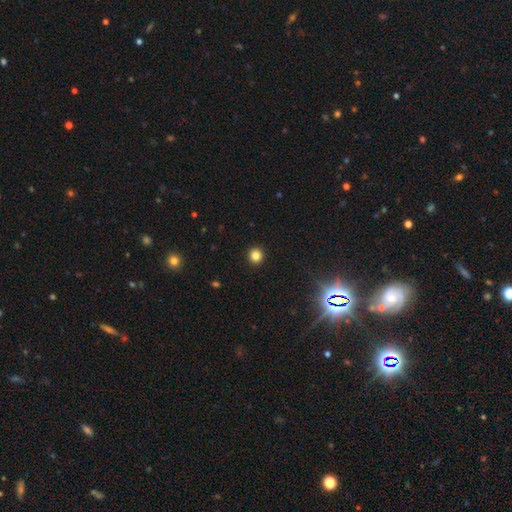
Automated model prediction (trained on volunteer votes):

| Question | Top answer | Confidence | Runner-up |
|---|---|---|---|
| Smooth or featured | smooth | 83% | star or artifact (13%) |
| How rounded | round | 94% | in between (5%) |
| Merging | none | 93% | minor disturbance (4%) |